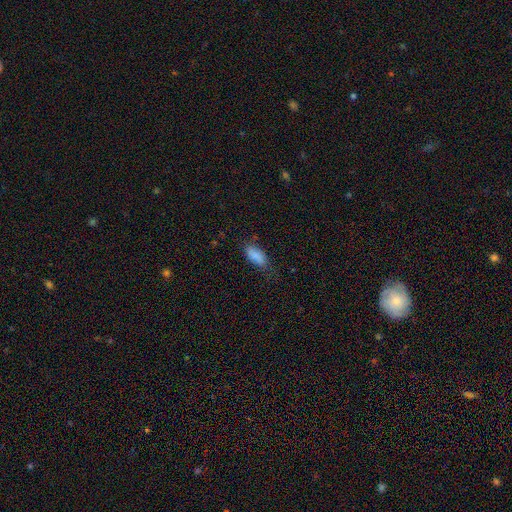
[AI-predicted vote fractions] Morphology: type=smooth (85%); roundness=in between (85%); merging=none (64%).